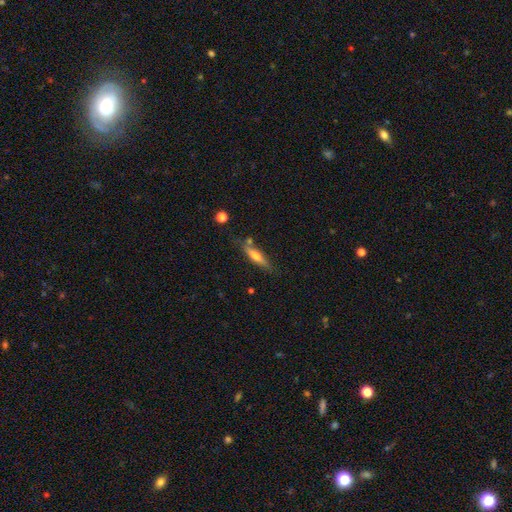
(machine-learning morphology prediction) This appears to be a smooth galaxy with no disk features (50%) that is cigar-shaped (78%). Merging: none (73%).